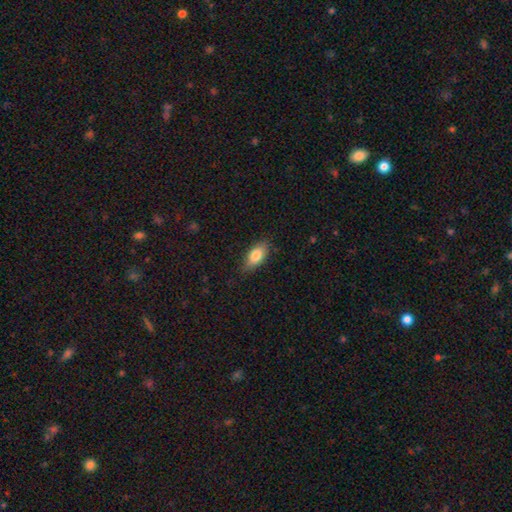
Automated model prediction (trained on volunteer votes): smooth_or_featured: smooth (p=0.80) [alt: featured or disk p=0.13]
how_rounded: in between (p=0.87) [alt: cigar-shaped p=0.09]
merging: none (p=0.80) [alt: minor disturbance p=0.16]